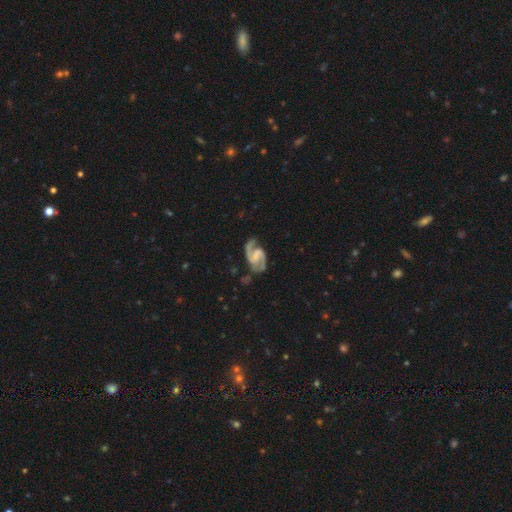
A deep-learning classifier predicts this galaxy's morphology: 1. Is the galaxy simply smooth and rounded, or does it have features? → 91% featured or disk, 5% smooth, 4% star or artifact.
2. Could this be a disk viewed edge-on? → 98% no, 2% yes.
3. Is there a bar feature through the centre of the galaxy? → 47% weak, 28% no, 25% strong.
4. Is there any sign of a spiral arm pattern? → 98% yes, 2% no.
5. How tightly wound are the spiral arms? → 59% medium, 21% tight, 20% loose.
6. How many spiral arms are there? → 93% 2, 2% can't tell, 2% 1, 1% 3, 1% 4, 1% more than 4.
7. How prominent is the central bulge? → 46% none, 32% small, 17% moderate, 3% large, 1% dominant.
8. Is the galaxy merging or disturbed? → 74% none, 16% minor disturbance, 7% major disturbance, 3% merger.